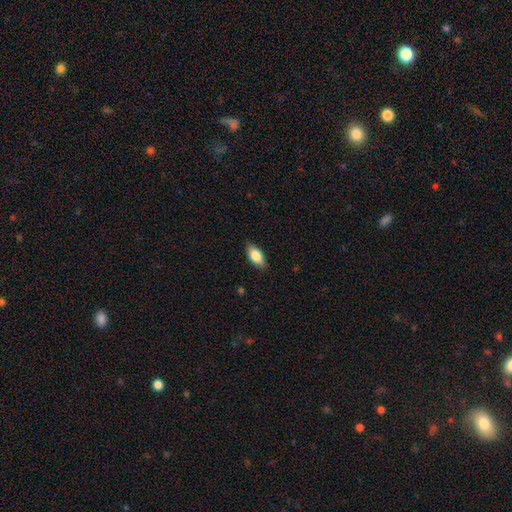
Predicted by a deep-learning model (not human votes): The model was most divided on "smooth or featured": smooth: 80%, featured or disk: 13%, star or artifact: 7%. More confident: how rounded — in between (89%); merging — none (85%).